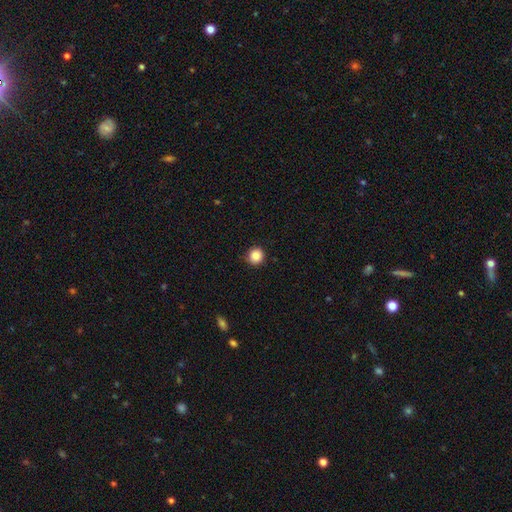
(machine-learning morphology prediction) A smooth galaxy with no disk features (86%) that is round (94%).

Vote fractions:
- Smooth or featured? smooth: 86% / star or artifact: 10% / featured or disk: 4%
- How rounded? round: 94% / in between: 5% / cigar-shaped: 1%
- Merging? none: 87% / minor disturbance: 10% / major disturbance: 2% / merger: 1%